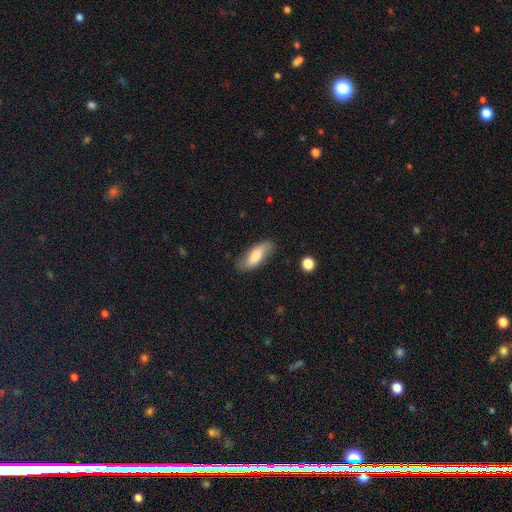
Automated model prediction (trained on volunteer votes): Smooth or featured? Predicted: smooth (p=0.68). How rounded? Predicted: in between (p=0.74). Merging? Predicted: none (p=0.76).